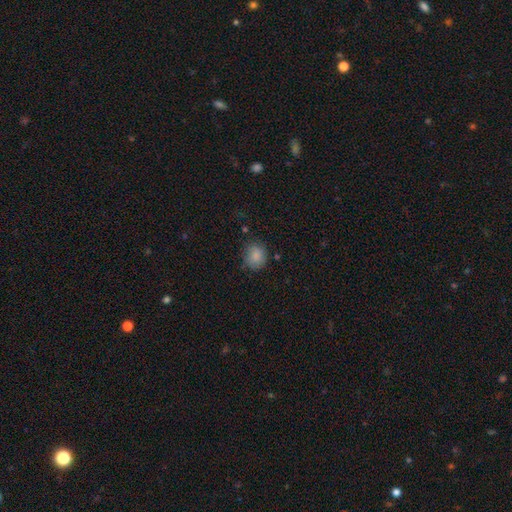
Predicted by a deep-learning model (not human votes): smooth_or_featured: smooth (p=0.85) [alt: star or artifact p=0.09]
how_rounded: round (p=0.71) [alt: in between p=0.28]
merging: none (p=0.71) [alt: minor disturbance p=0.21]